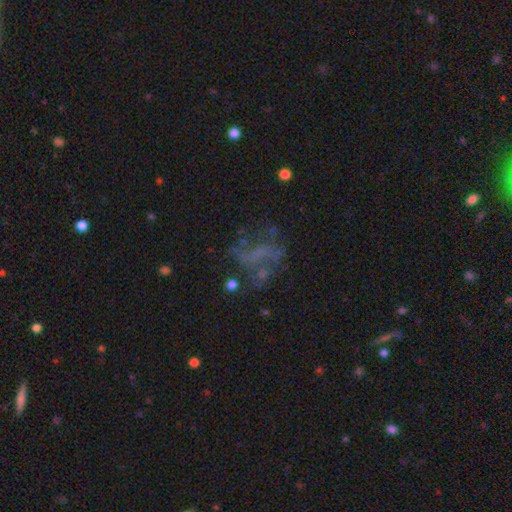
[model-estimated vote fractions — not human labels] This is possibly a featured or disk galaxy (53%). It is clearly not viewed edge-on (95%). Bar: likely no (63%). Spiral arm pattern: likely no (61%). Central bulge: likely none (72%). Merging: possibly none (47%).